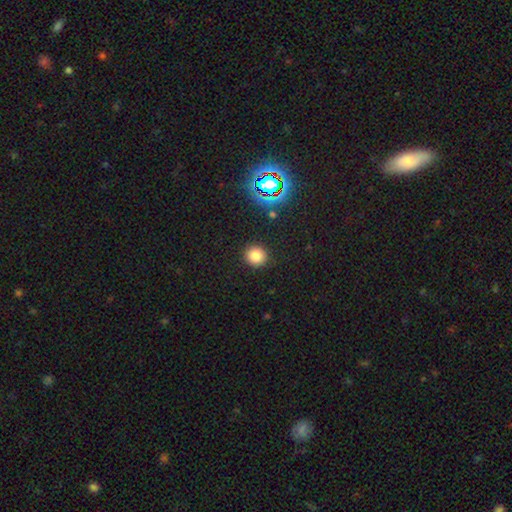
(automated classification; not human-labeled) Smooth or featured? smooth (79%)
How rounded? round (91%)
Merging? none (90%)